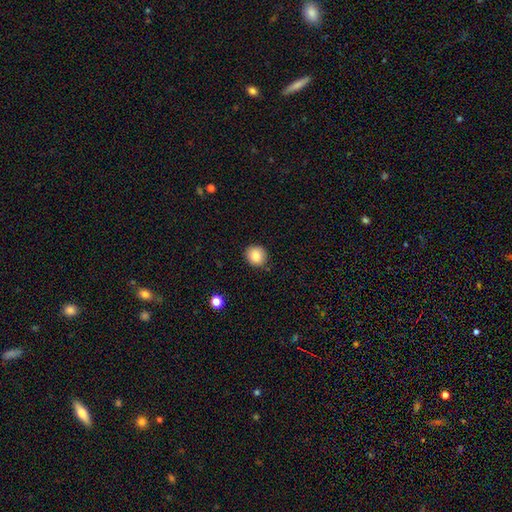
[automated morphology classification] Smooth or featured?
  - smooth: 84% *
  - star or artifact: 9%
  - featured or disk: 7%
How rounded?
  - round: 85% *
  - in between: 14%
  - cigar-shaped: 1%
Merging?
  - none: 89% *
  - minor disturbance: 8%
  - major disturbance: 2%
  - merger: 1%